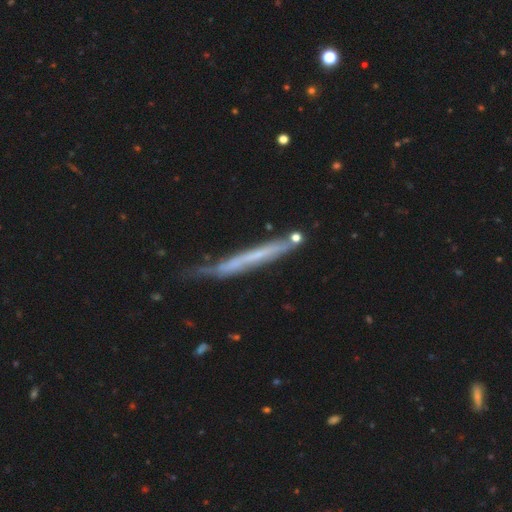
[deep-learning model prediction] This appears to be a featured or disk galaxy (56%) viewed edge-on (86%). Merging: none (54%).